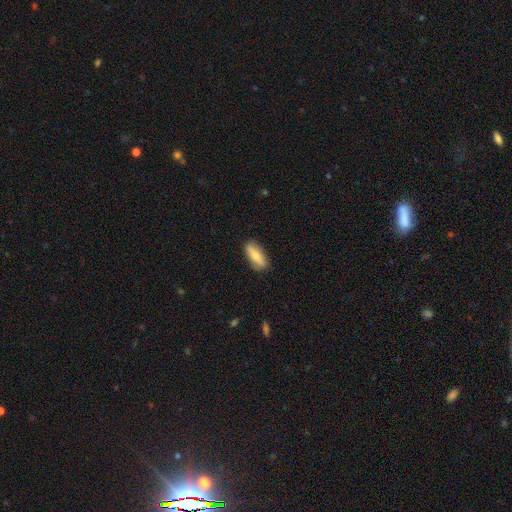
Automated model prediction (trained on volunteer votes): This is likely a smooth galaxy (63%). How rounded: likely in between (68%). Merging: clearly none (83%).